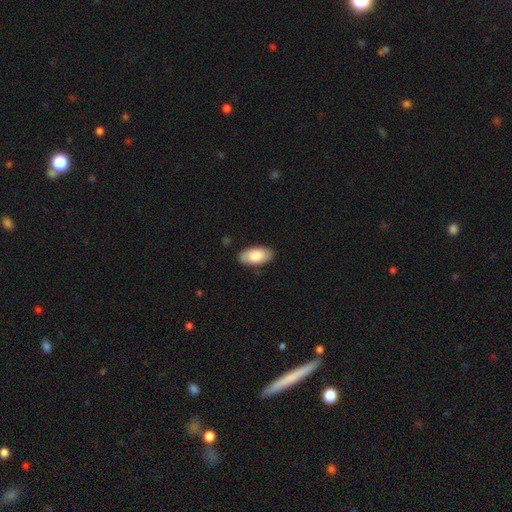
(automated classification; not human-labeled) Smooth or featured: smooth — 86% (featured or disk — 9%)
How rounded: in between — 95% (cigar-shaped — 3%)
Merging: none — 87% (minor disturbance — 10%)